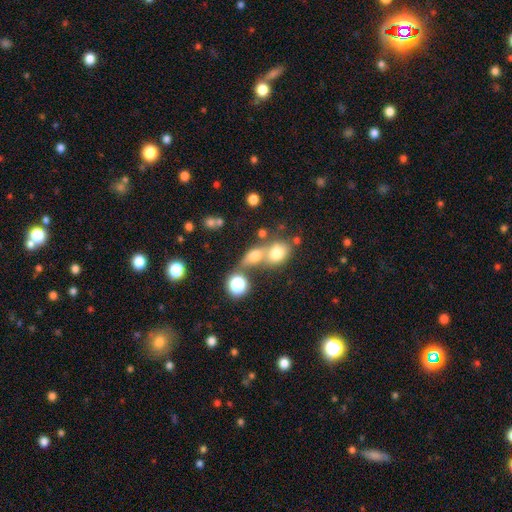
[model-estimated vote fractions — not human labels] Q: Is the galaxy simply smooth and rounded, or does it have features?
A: smooth — 67%.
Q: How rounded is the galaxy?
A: in between — 49%.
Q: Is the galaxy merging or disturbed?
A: merger — 50%.